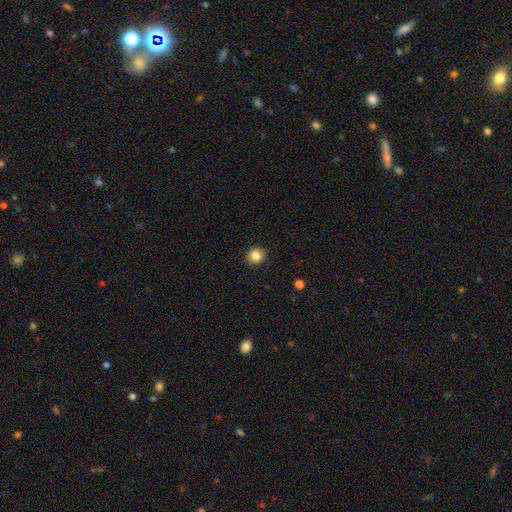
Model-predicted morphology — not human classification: Smooth or featured?
  - smooth: 84% *
  - star or artifact: 10%
  - featured or disk: 5%
How rounded?
  - round: 87% *
  - in between: 13%
  - cigar-shaped: 1%
Merging?
  - none: 90% *
  - minor disturbance: 7%
  - major disturbance: 2%
  - merger: 1%